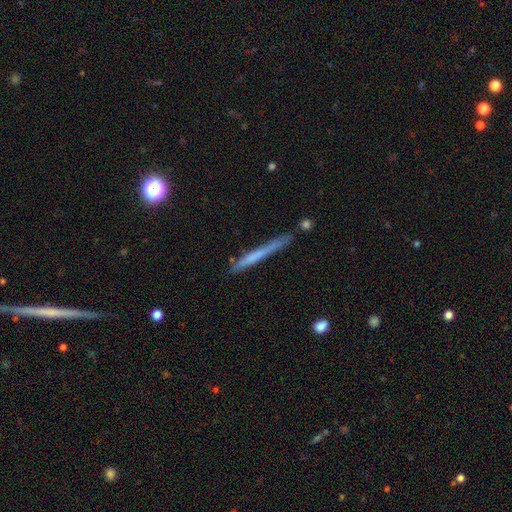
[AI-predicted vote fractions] Overall: smooth (54%; featured or disk 39%). How rounded: cigar-shaped (96%). Merging: none (76%).